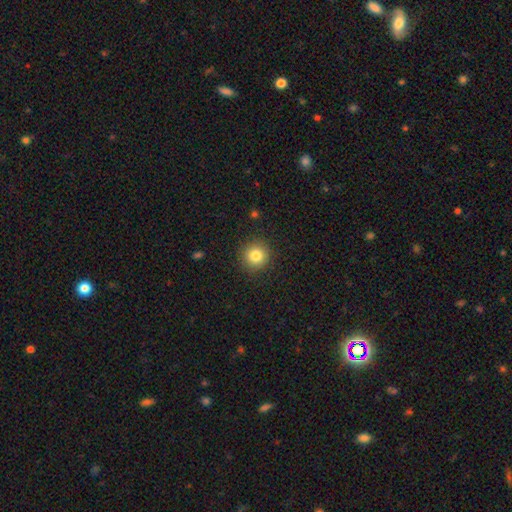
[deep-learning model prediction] Overall: smooth (83%). How rounded: round (93%). Merging: none (90%).